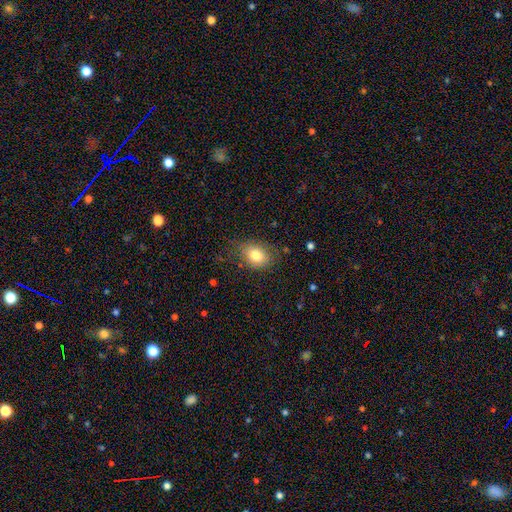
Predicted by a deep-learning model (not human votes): This appears to be a smooth galaxy with no disk features (79%) that is in between round and cigar-shaped (65%). Merging: none (73%).